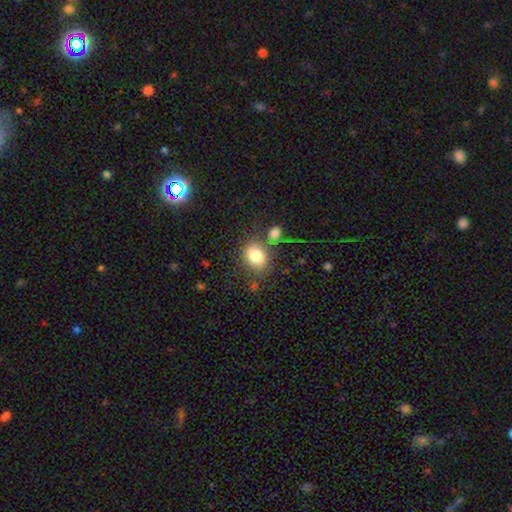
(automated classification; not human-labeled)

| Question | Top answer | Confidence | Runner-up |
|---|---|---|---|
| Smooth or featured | smooth | 82% | star or artifact (9%) |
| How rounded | round | 50% | in between (49%) |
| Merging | none | 63% | merger (16%) |